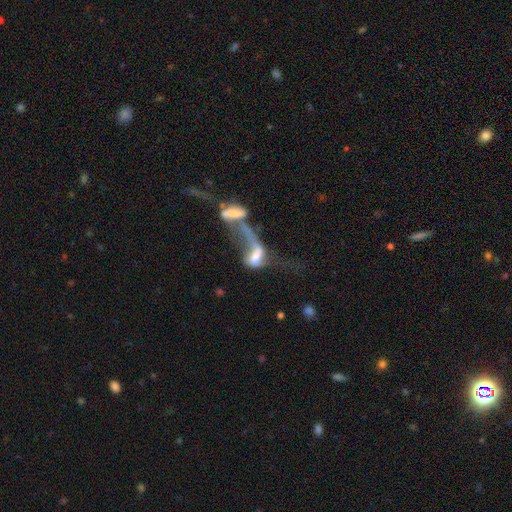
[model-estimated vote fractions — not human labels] A featured or disk galaxy (51%).

Vote fractions:
- Smooth or featured? featured or disk: 51% / smooth: 39% / star or artifact: 10%
- Edge-on disk? no: 90% / yes: 10%
- Merging? merger: 70% / major disturbance: 20% / none: 6% / minor disturbance: 4%